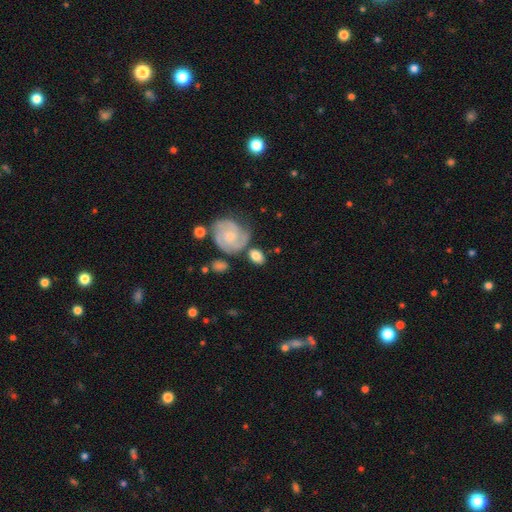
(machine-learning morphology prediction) Overall: smooth (58%; featured or disk 35%). How rounded: in between (61%; round 37%). Merging: none (61%).